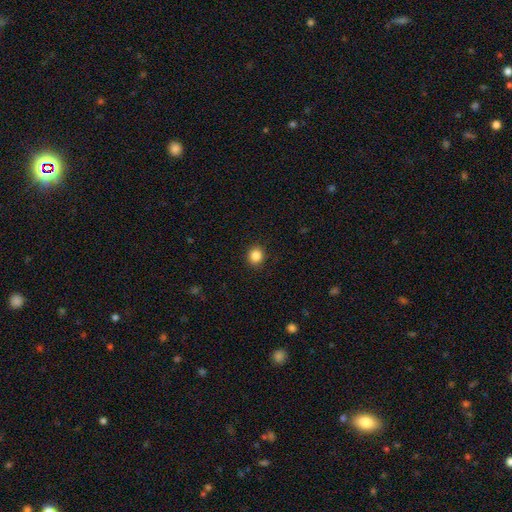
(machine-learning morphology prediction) Q: Smooth or featured?
A: smooth (85%); runner-up: star or artifact (11%)
Q: How rounded?
A: round (86%); runner-up: in between (13%)
Q: Merging?
A: none (92%); runner-up: minor disturbance (5%)